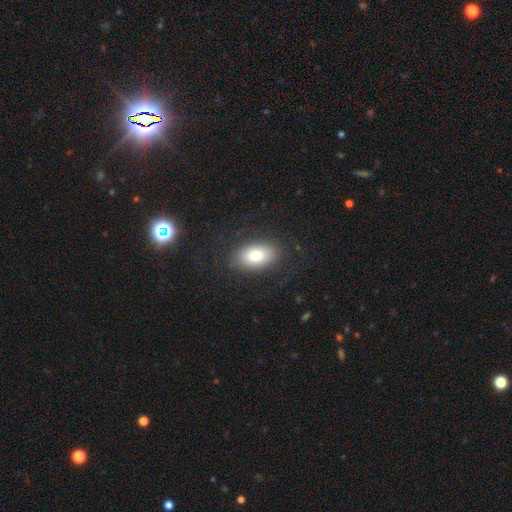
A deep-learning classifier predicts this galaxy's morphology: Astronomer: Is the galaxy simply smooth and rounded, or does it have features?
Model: smooth — 77%.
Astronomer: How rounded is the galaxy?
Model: in between — 87%.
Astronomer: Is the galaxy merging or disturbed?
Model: none — 83%.